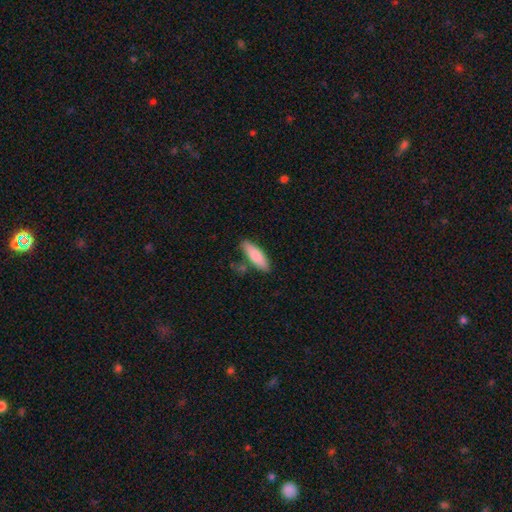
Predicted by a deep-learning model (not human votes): This appears to be a smooth galaxy with no disk features (83%) that is in between round and cigar-shaped (50%). Merging: none (78%).